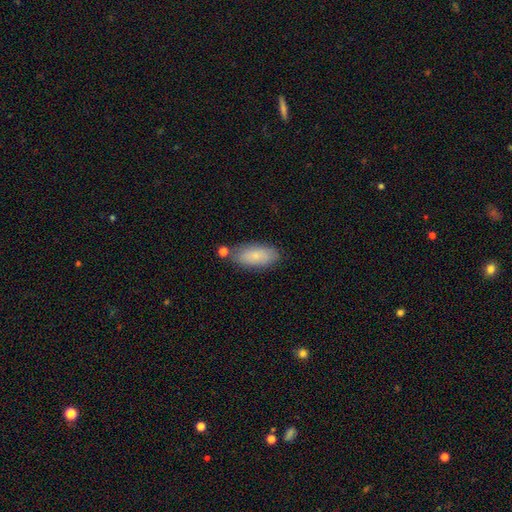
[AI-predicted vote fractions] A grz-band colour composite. It shows a smooth galaxy with no disk features (82%) that is in between round and cigar-shaped (88%). Merging: none (74%).